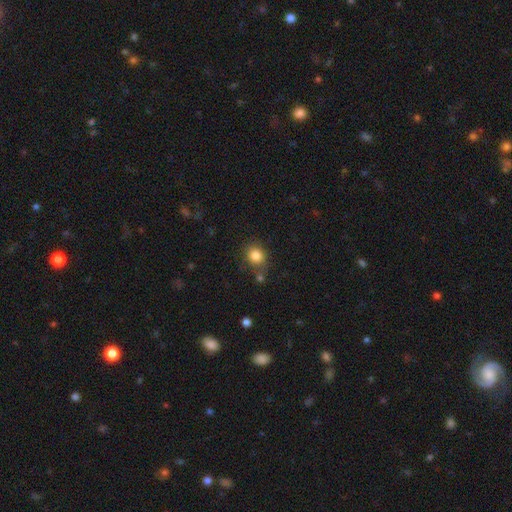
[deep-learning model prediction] Smooth or featured: smooth — 84% (star or artifact — 11%)
How rounded: round — 74% (in between — 25%)
Merging: none — 73% (minor disturbance — 14%)